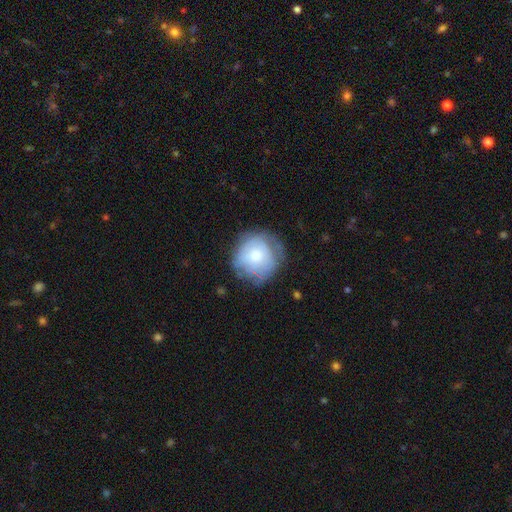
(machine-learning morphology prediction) type=smooth (61%); roundness=round (88%); merging=none (60%).